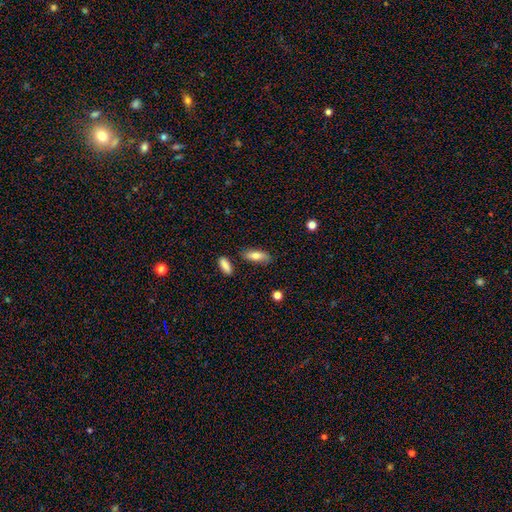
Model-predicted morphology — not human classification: smooth 74%, featured or disk 19%, star or artifact 7%. Down the decision tree: how rounded — in between (65%); merging — none (78%).